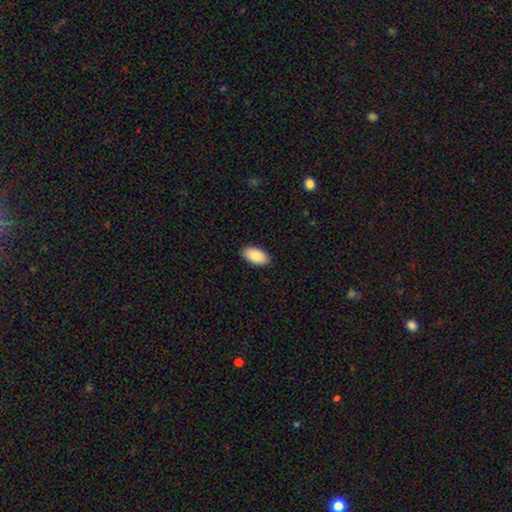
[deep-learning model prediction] Q: Smooth or featured?
A: smooth (90%); runner-up: star or artifact (6%)
Q: How rounded?
A: in between (96%); runner-up: cigar-shaped (2%)
Q: Merging?
A: none (90%); runner-up: minor disturbance (7%)